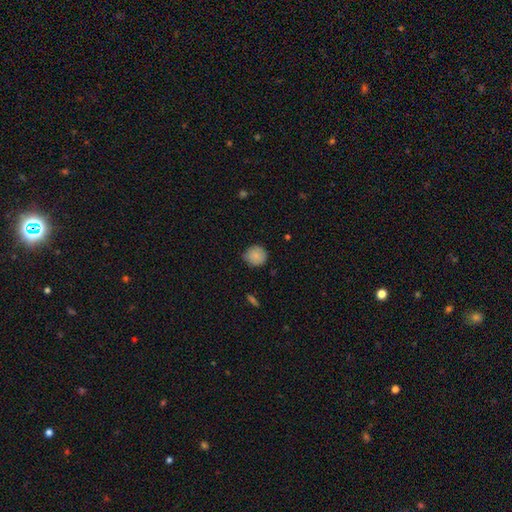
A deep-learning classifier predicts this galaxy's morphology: Smooth or featured? Predicted: smooth (p=0.85). How rounded? Predicted: round (p=0.88). Merging? Predicted: none (p=0.79).